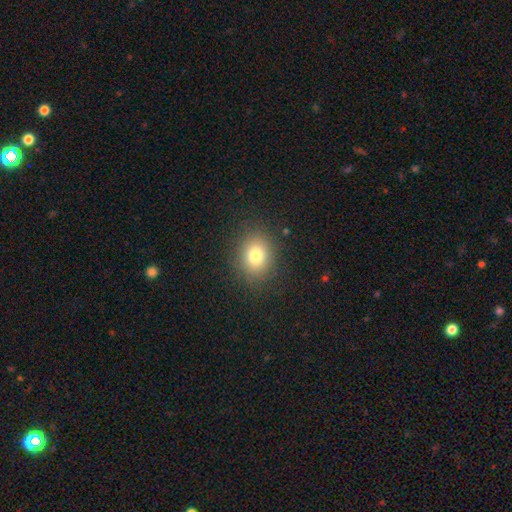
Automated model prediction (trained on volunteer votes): The model was most divided on "how rounded": round: 60%, in between: 39%, cigar-shaped: 1%. More confident: merging — none (86%); smooth or featured — smooth (79%).